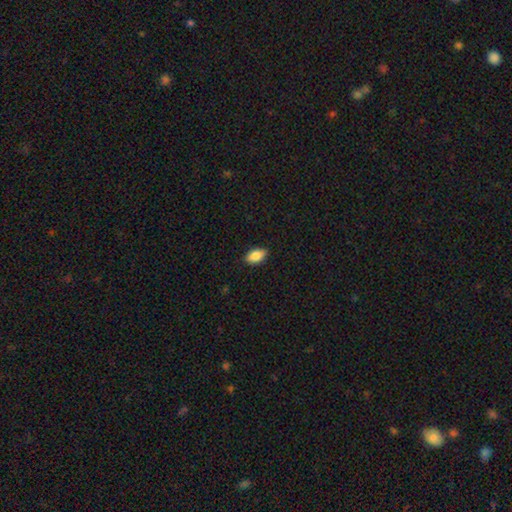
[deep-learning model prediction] The model was most divided on "merging": none: 87%, minor disturbance: 10%, major disturbance: 2%, merger: 1%. More confident: how rounded — in between (92%); smooth or featured — smooth (86%).